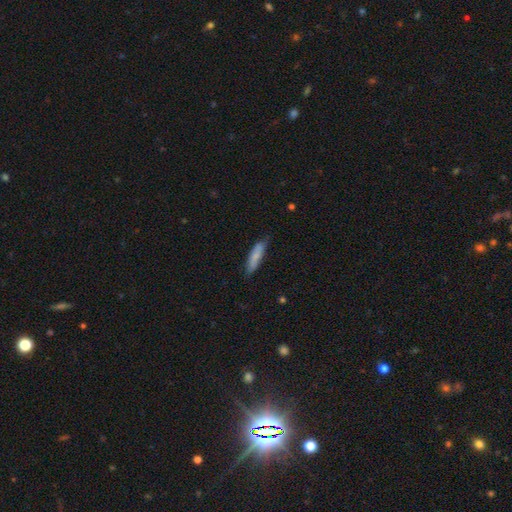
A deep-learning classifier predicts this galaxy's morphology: type=smooth (76%); roundness=cigar-shaped (70%); merging=none (72%).